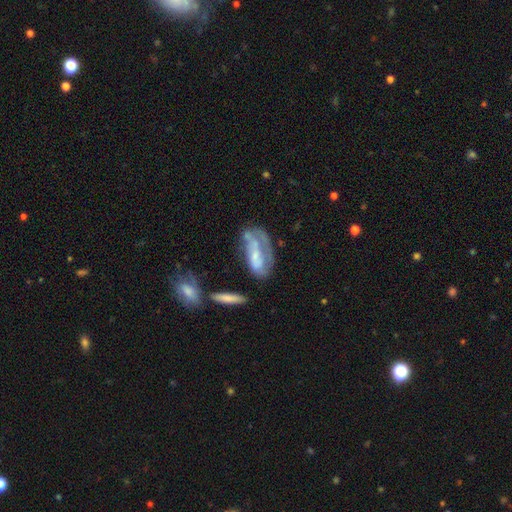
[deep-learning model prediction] featured or disk 58%, smooth 34%, star or artifact 8%. Down the decision tree: edge-on disk — no (88%); bar — no (51%); spiral arms — yes (58%); bulge size — small (49%); merging — none (39%).